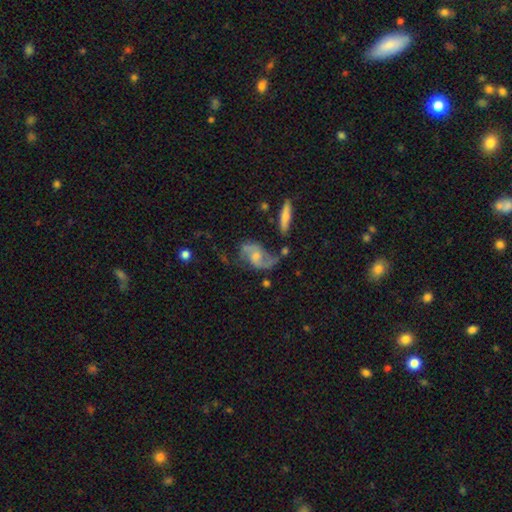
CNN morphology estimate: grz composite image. It shows a featured or disk galaxy (75%) with no bar (52%), 2 (87%) loose (53%) spiral arms (90%) and a moderate central bulge (43%). Merging: none (51%).